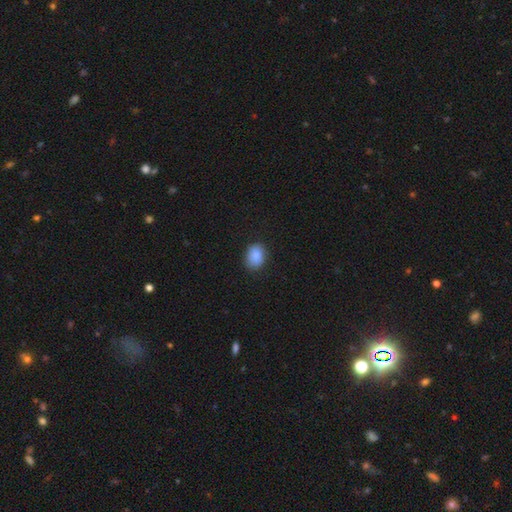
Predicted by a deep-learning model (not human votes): Q: Smooth or featured?
A: smooth (87%); runner-up: star or artifact (8%)
Q: How rounded?
A: in between (65%); runner-up: round (34%)
Q: Merging?
A: none (81%); runner-up: minor disturbance (15%)